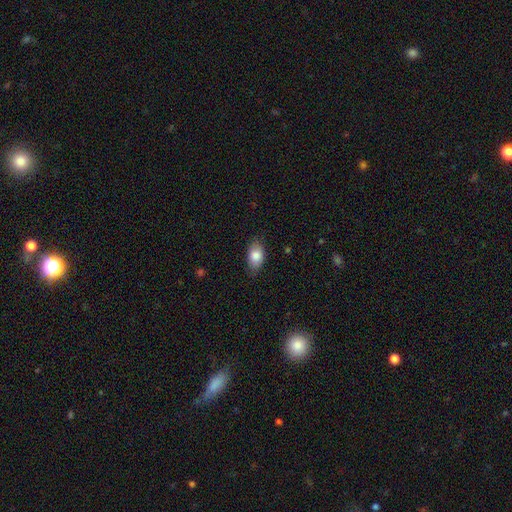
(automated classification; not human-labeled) This appears to be a smooth galaxy with no disk features (83%) that is in between round and cigar-shaped (90%). Merging: none (80%).